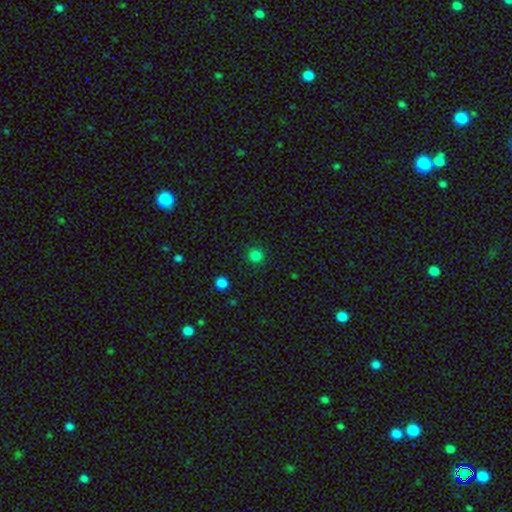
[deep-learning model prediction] Smooth or featured? Predicted: smooth (p=0.82). How rounded? Predicted: round (p=0.94). Merging? Predicted: none (p=0.90).